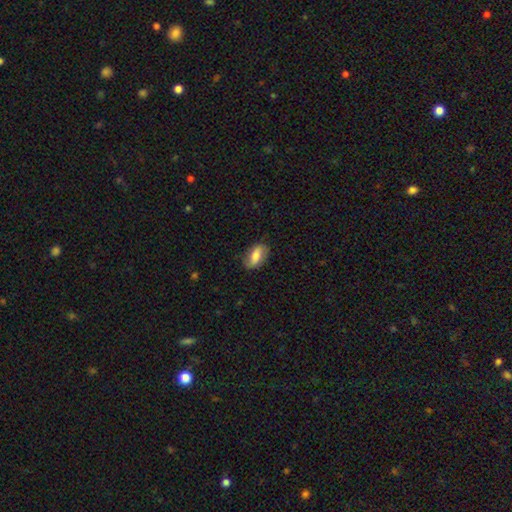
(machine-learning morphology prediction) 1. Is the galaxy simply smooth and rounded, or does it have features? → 68% smooth, 25% featured or disk, 7% star or artifact.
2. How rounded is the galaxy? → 89% in between, 6% round, 5% cigar-shaped.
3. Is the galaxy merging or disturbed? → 76% none, 18% minor disturbance, 4% major disturbance, 1% merger.